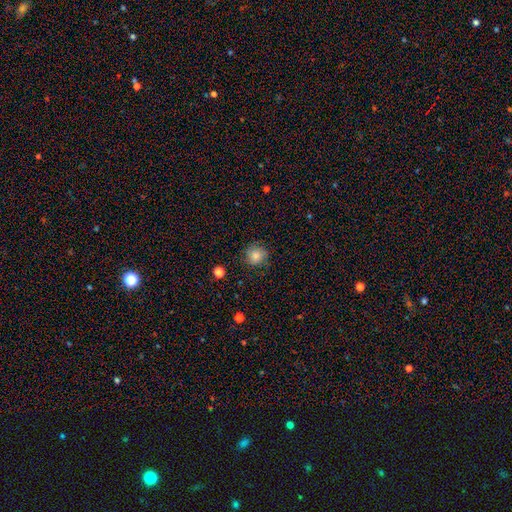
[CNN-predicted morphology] smooth 83%, star or artifact 10%, featured or disk 7%. Down the decision tree: how rounded — round (88%); merging — none (83%).